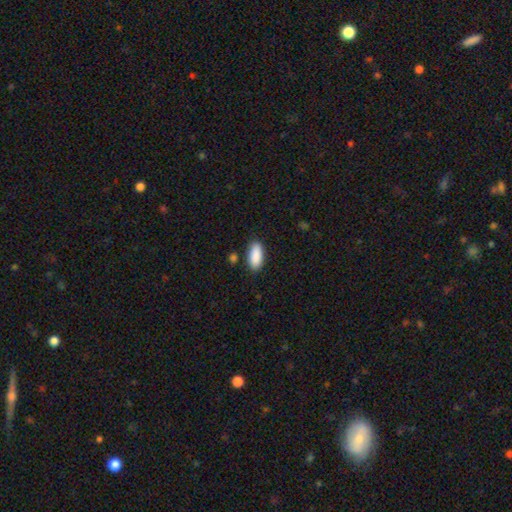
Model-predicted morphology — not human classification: smooth-or-featured: smooth: 90% | star or artifact: 6% | featured or disk: 4%
  how-rounded: in between: 86% | cigar-shaped: 12% | round: 2%
  merging: none: 85% | minor disturbance: 10% | merger: 3% | major disturbance: 2%